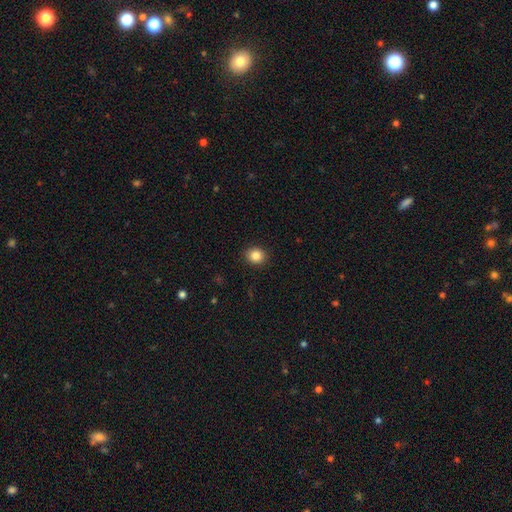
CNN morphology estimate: A smooth galaxy with no disk features (85%) that is round (76%).

Vote fractions:
- Smooth or featured? smooth: 85% / star or artifact: 10% / featured or disk: 5%
- How rounded? round: 76% / in between: 23% / cigar-shaped: 1%
- Merging? none: 91% / minor disturbance: 6% / major disturbance: 2% / merger: 1%